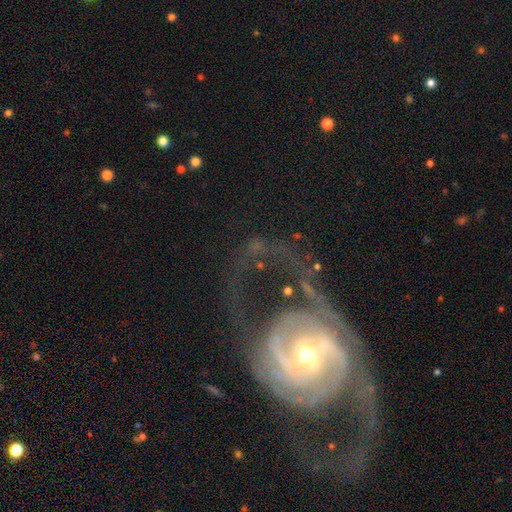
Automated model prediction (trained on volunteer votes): Smooth or featured: featured or disk — 89% (star or artifact — 7%)
Edge-on disk: no — 97% (yes — 3%)
Bar: weak — 39% (strong — 32%)
Spiral arms: yes — 96% (no — 4%)
Spiral winding: medium — 42% (tight — 41%)
Spiral arm count: 2 — 61% (can't tell — 13%)
Bulge size: small — 49% (moderate — 44%)
Merging: none — 56% (major disturbance — 26%)